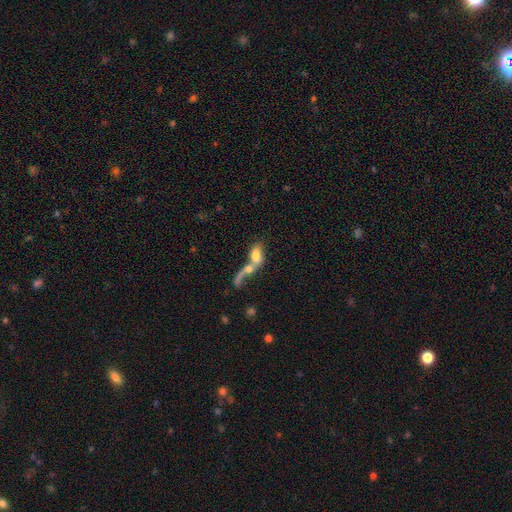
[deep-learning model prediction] Smooth or featured? smooth (64%)
How rounded? in between (77%)
Merging? merger (71%)